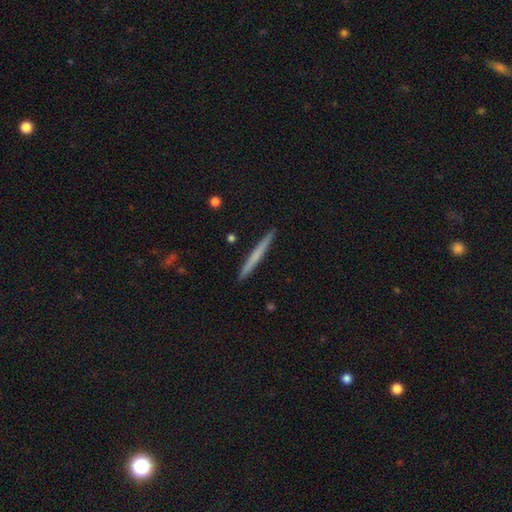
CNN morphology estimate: Smooth or featured? Predicted: smooth (p=0.58). How rounded? Predicted: cigar-shaped (p=0.97). Merging? Predicted: none (p=0.92).